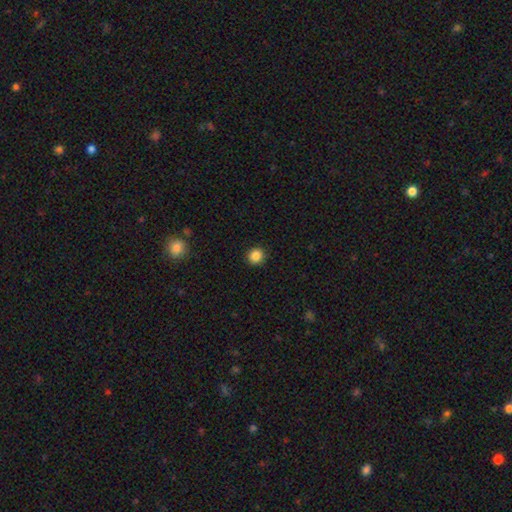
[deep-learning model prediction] A smooth galaxy with no disk features (86%) that is round (92%). Merging: none (92%).